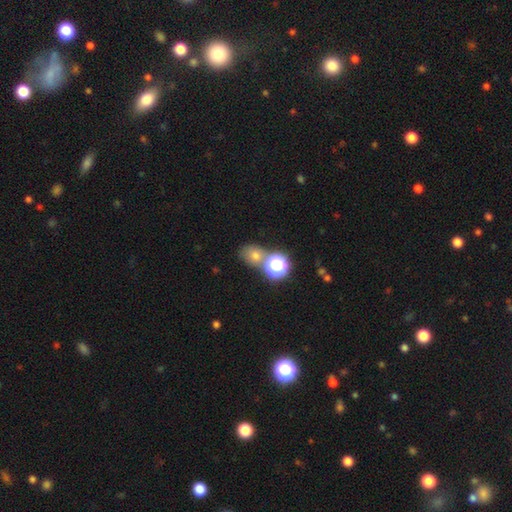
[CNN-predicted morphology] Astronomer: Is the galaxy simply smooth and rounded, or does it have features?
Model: smooth — 57% (runner-up: star or artifact, 33%).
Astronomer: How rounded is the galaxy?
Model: round — 67%.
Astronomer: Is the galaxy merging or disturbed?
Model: none — 63%.